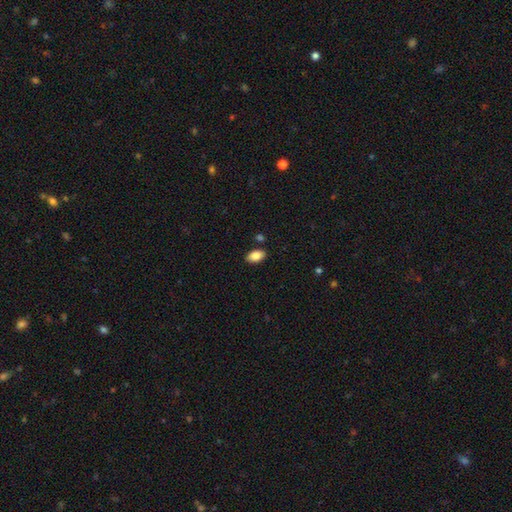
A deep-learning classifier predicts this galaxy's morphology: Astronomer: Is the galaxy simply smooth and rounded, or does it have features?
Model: smooth — 85%.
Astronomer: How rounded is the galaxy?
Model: in between — 93%.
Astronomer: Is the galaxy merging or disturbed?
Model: none — 86%.